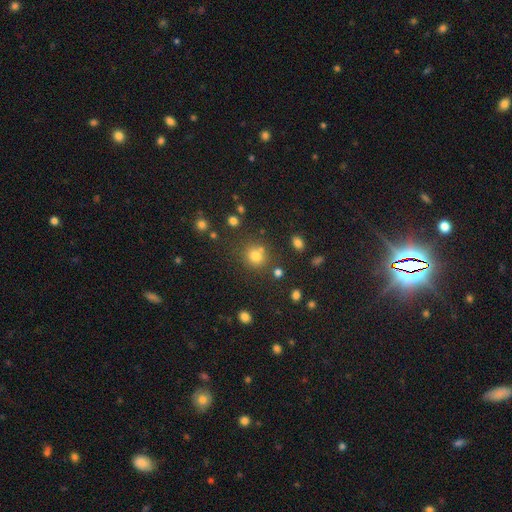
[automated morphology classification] Q: Smooth or featured?
A: smooth (74%); runner-up: star or artifact (18%)
Q: How rounded?
A: round (85%); runner-up: in between (14%)
Q: Merging?
A: none (70%); runner-up: merger (15%)